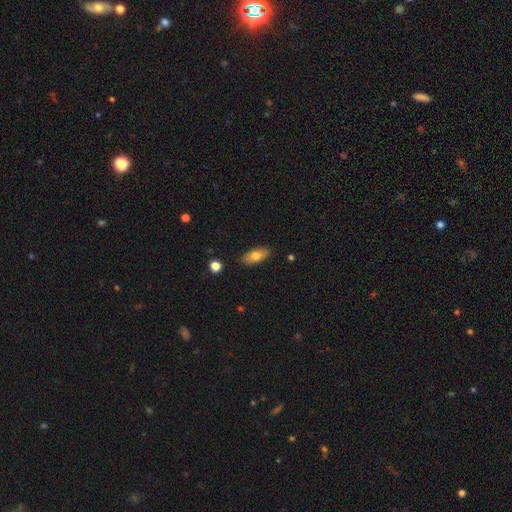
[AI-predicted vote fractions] This appears to be a smooth galaxy with no disk features (75%) that is in between round and cigar-shaped (82%). Merging: none (88%).